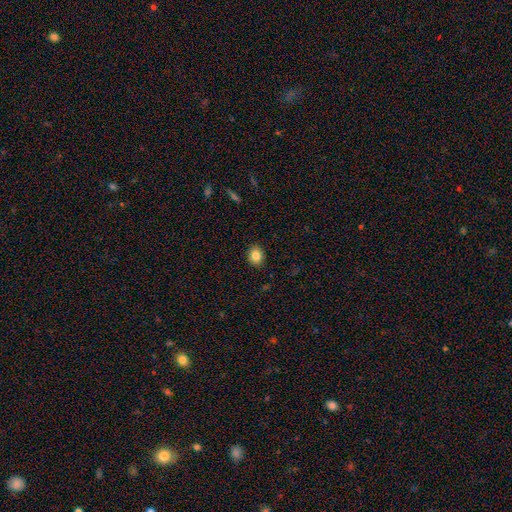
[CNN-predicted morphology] smooth_or_featured: smooth (p=0.84) [alt: star or artifact p=0.10]
how_rounded: round (p=0.56) [alt: in between p=0.43]
merging: none (p=0.90) [alt: minor disturbance p=0.07]